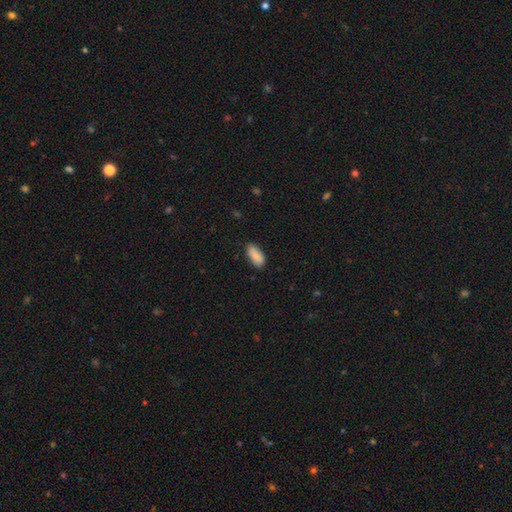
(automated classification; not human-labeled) This appears to be a smooth galaxy with no disk features (85%) that is in between round and cigar-shaped (89%). Merging: none (80%).